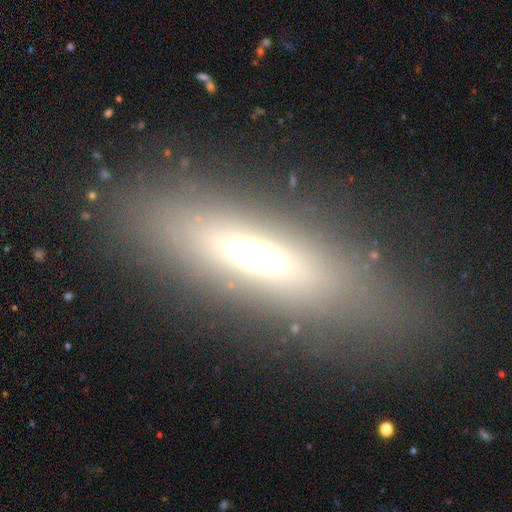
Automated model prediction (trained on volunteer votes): Q: Smooth or featured?
A: smooth (47%); runner-up: featured or disk (37%)
Q: Merging?
A: none (75%); runner-up: minor disturbance (13%)